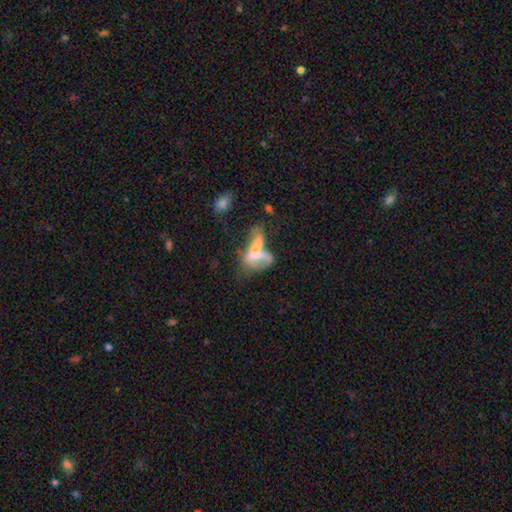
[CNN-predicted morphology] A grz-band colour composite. It shows a smooth galaxy with no disk features (45%). Merging: merger (52%).